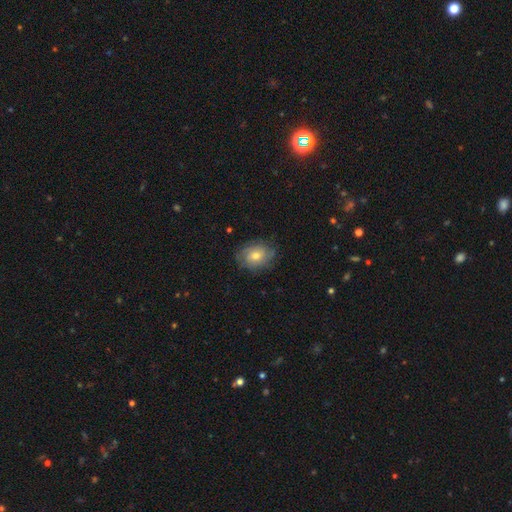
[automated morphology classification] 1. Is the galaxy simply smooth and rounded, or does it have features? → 46% smooth, 45% featured or disk, 9% star or artifact.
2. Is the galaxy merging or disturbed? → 75% none, 18% minor disturbance, 6% major disturbance, 1% merger.